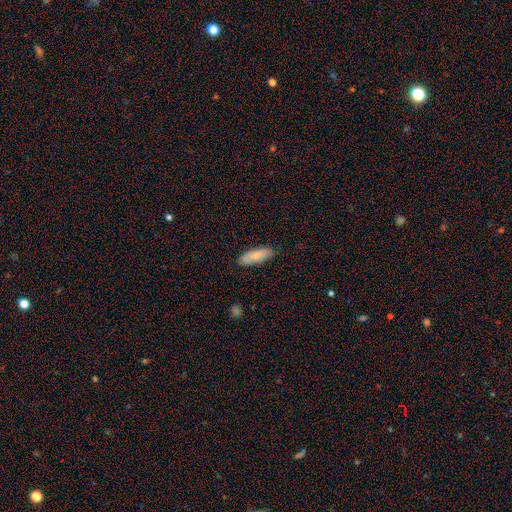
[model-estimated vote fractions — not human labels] Smooth or featured?
  - smooth: 79% *
  - featured or disk: 16%
  - star or artifact: 6%
How rounded?
  - in between: 71% *
  - cigar-shaped: 27%
  - round: 2%
Merging?
  - none: 83% *
  - minor disturbance: 14%
  - major disturbance: 2%
  - merger: 1%